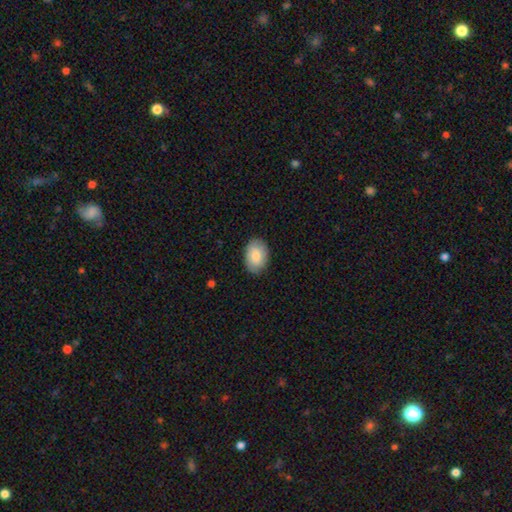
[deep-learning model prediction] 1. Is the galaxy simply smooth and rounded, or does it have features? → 82% smooth, 12% featured or disk, 6% star or artifact.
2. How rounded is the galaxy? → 83% in between, 16% round, 1% cigar-shaped.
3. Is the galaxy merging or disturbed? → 86% none, 11% minor disturbance, 2% major disturbance, 1% merger.